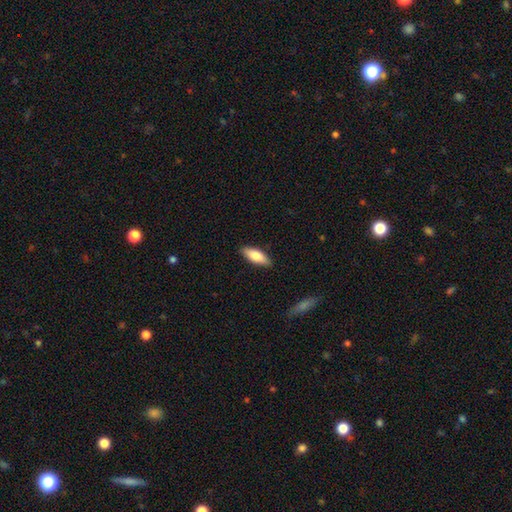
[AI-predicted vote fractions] smooth-or-featured: smooth: 75% | featured or disk: 20% | star or artifact: 6%
  how-rounded: in between: 67% | cigar-shaped: 31% | round: 2%
  merging: none: 88% | minor disturbance: 9% | major disturbance: 2% | merger: 1%